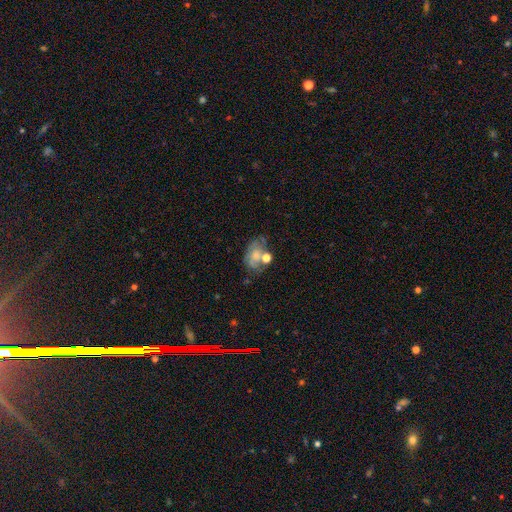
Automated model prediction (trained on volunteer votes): Morphology: type=featured or disk (47%); merging=none (40%).